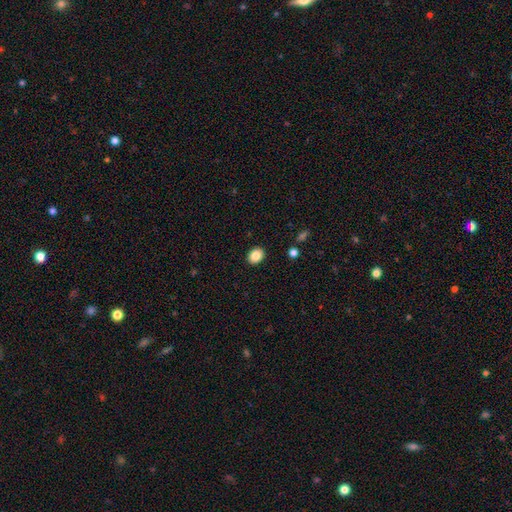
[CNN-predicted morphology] smooth-or-featured: smooth: 87% | star or artifact: 9% | featured or disk: 5%
  how-rounded: in between: 55% | round: 44% | cigar-shaped: 1%
  merging: none: 90% | minor disturbance: 7% | major disturbance: 2% | merger: 1%